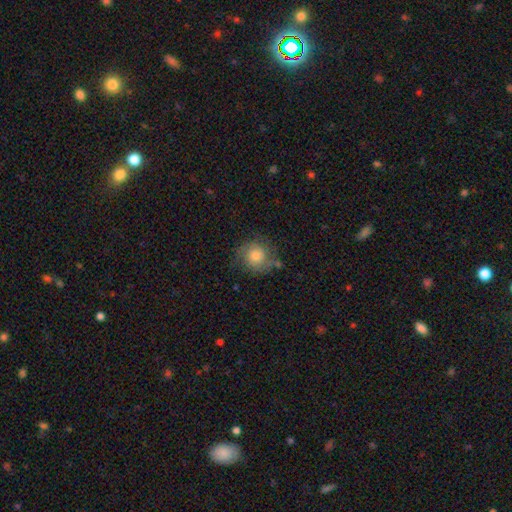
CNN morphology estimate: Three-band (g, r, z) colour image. It shows a smooth galaxy with no disk features (64%) that is round (86%). Merging: none (67%).